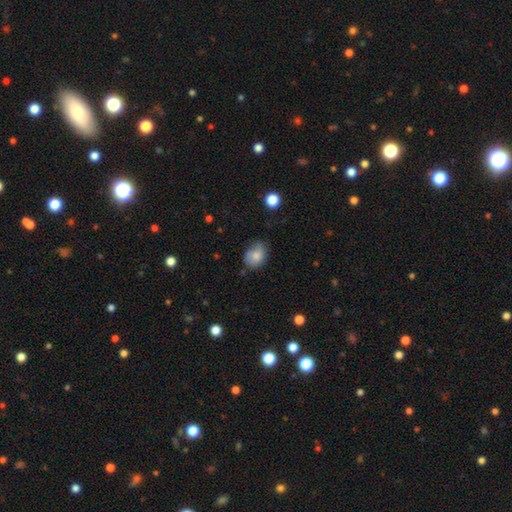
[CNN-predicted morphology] Overall: smooth (80%). How rounded: in between (72%). Merging: none (59%; minor disturbance 31%).